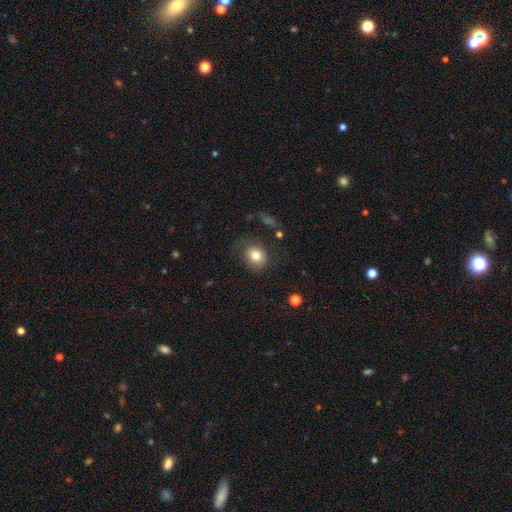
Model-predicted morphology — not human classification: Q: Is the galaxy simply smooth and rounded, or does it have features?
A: smooth — 79%.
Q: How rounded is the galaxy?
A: round — 71%.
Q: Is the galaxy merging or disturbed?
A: none — 69%.